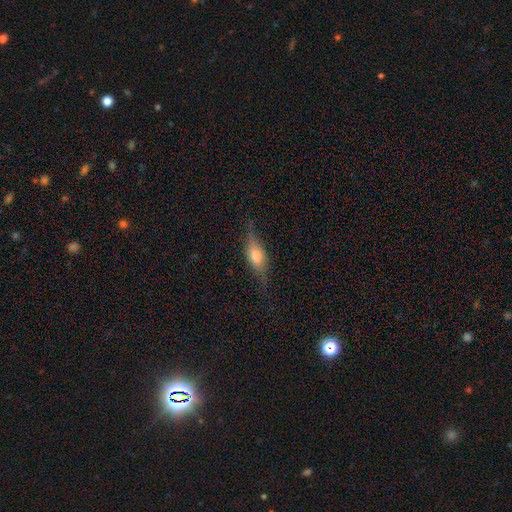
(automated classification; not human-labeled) A smooth galaxy with no disk features (46%). Merging: none (75%).